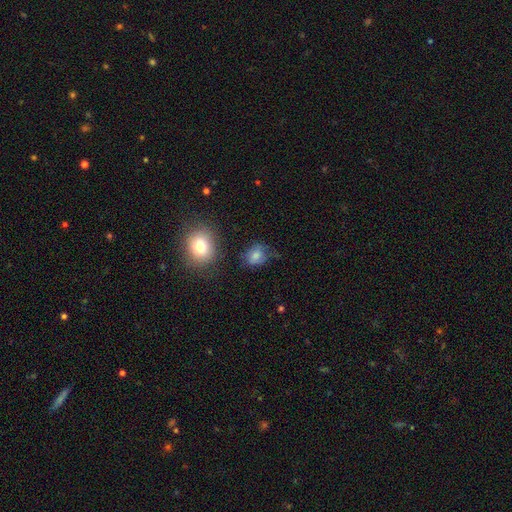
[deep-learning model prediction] Morphology: type=smooth (74%); roundness=round (55%); merging=none (55%).